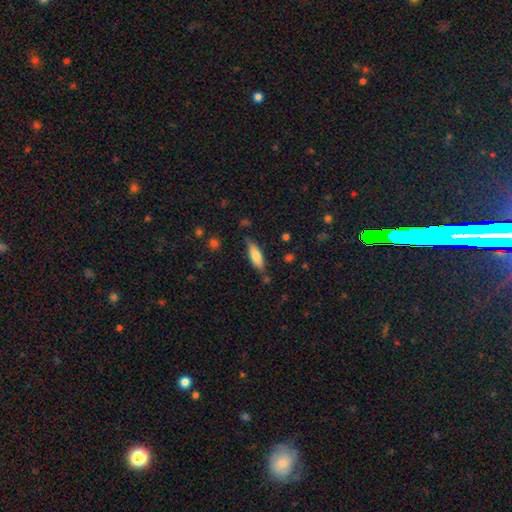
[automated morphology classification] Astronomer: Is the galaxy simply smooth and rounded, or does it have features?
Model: smooth — 76%.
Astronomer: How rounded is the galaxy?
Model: in between — 54% (runner-up: cigar-shaped, 44%).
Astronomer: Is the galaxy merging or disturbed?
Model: none — 74%.